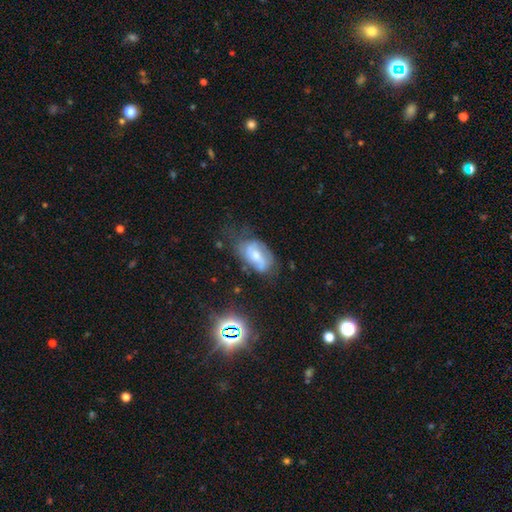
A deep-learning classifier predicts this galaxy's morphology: Overall: featured or disk (62%; smooth 29%). Edge-on disk: no (94%). Bar: no (42%; weak 41%). Spiral arms: yes (81%). Bulge size: moderate (51%; small 39%). Merging: none (50%; minor disturbance 29%).